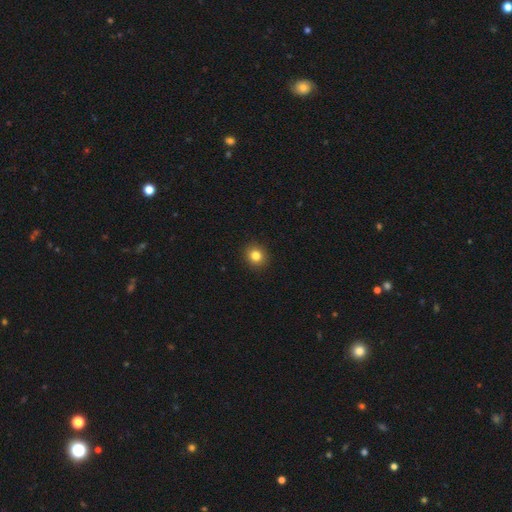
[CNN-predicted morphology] smooth_or_featured: smooth (p=0.82) [alt: star or artifact p=0.12]
how_rounded: round (p=0.84) [alt: in between p=0.15]
merging: none (p=0.92) [alt: minor disturbance p=0.05]